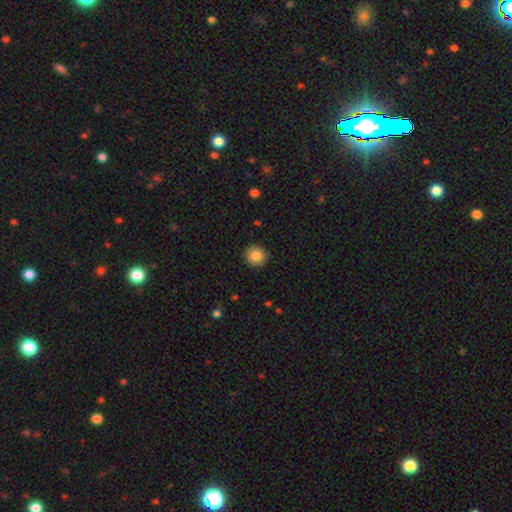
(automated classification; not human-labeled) smooth 84%, star or artifact 9%, featured or disk 8%. Down the decision tree: how rounded — round (89%); merging — none (89%).